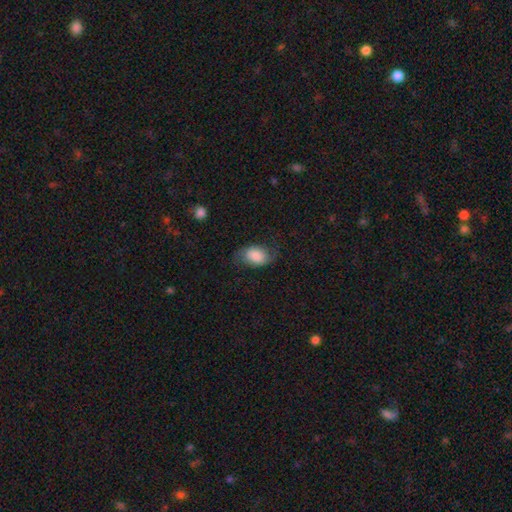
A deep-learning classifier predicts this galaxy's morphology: Overall: smooth (63%; featured or disk 29%). How rounded: in between (83%). Merging: none (61%; minor disturbance 24%).